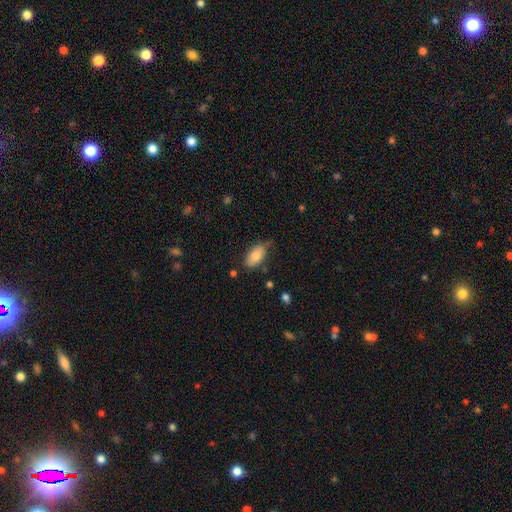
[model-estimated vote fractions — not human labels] A smooth galaxy with no disk features (78%) that is in between round and cigar-shaped (92%).

Vote fractions:
- Smooth or featured? smooth: 78% / featured or disk: 15% / star or artifact: 7%
- How rounded? in between: 92% / cigar-shaped: 5% / round: 4%
- Merging? none: 70% / minor disturbance: 24% / major disturbance: 4% / merger: 2%